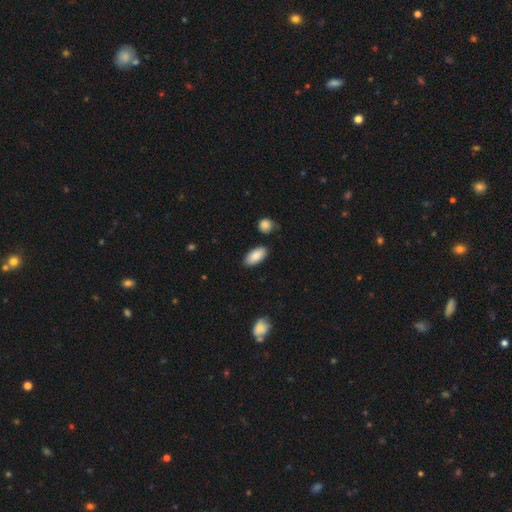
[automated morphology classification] Smooth or featured? smooth (86%)
How rounded? in between (92%)
Merging? none (84%)